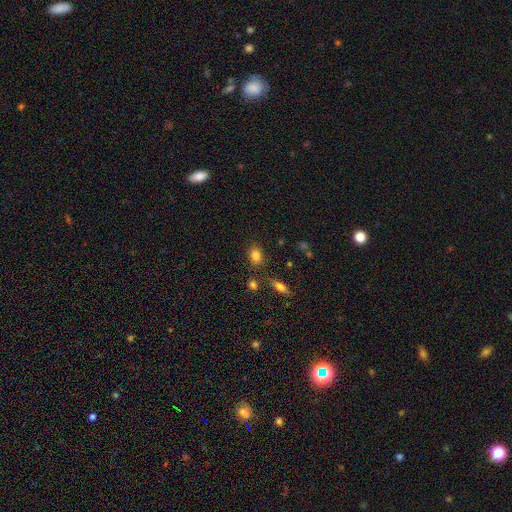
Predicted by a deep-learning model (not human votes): Q: Smooth or featured?
A: smooth (82%); runner-up: star or artifact (10%)
Q: How rounded?
A: in between (63%); runner-up: round (34%)
Q: Merging?
A: none (78%); runner-up: minor disturbance (12%)